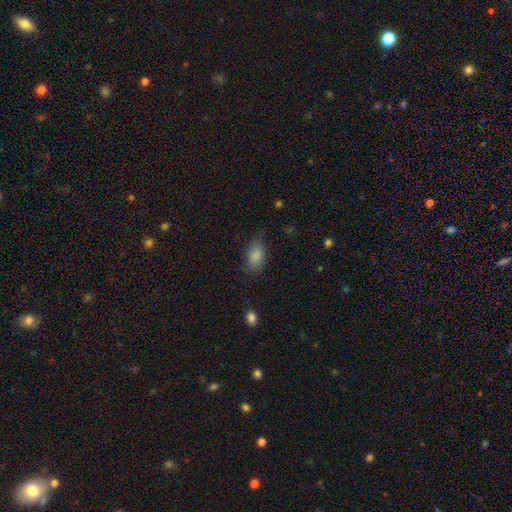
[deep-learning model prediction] Overall: smooth (86%). How rounded: in between (89%). Merging: none (69%).